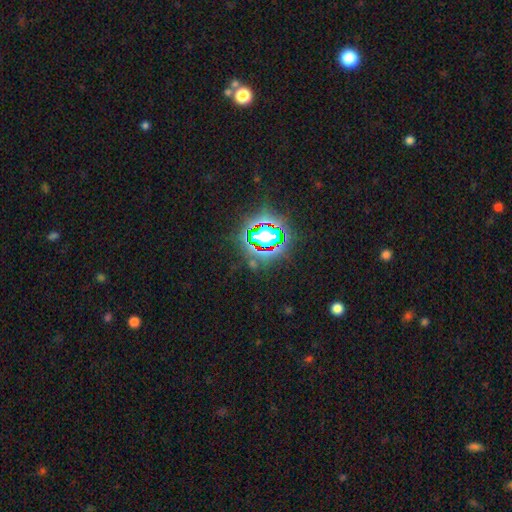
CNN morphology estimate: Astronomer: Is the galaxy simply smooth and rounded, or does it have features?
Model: star or artifact — 81%.